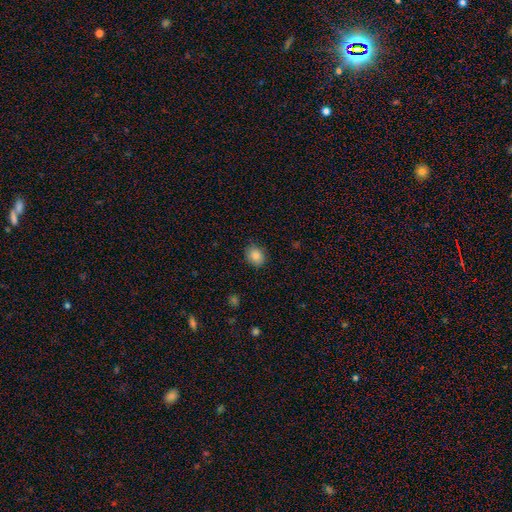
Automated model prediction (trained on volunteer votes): A smooth galaxy with no disk features (86%) that is round (59%).

Vote fractions:
- Smooth or featured? smooth: 86% / star or artifact: 9% / featured or disk: 5%
- How rounded? round: 59% / in between: 40% / cigar-shaped: 1%
- Merging? none: 84% / minor disturbance: 13% / major disturbance: 3% / merger: 1%